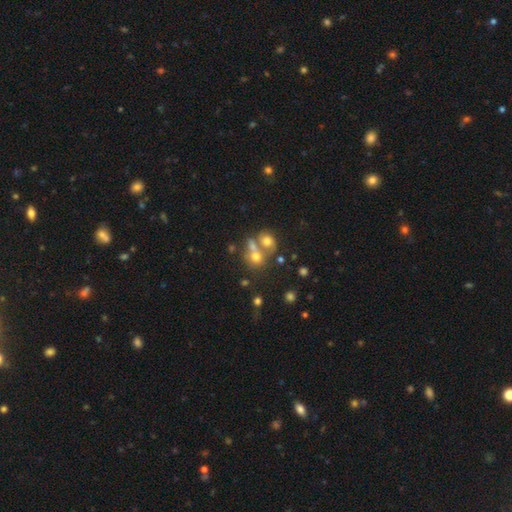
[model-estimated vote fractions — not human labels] smooth 54%, featured or disk 25%, star or artifact 21%. Down the decision tree: how rounded — round (69%); merging — merger (52%).